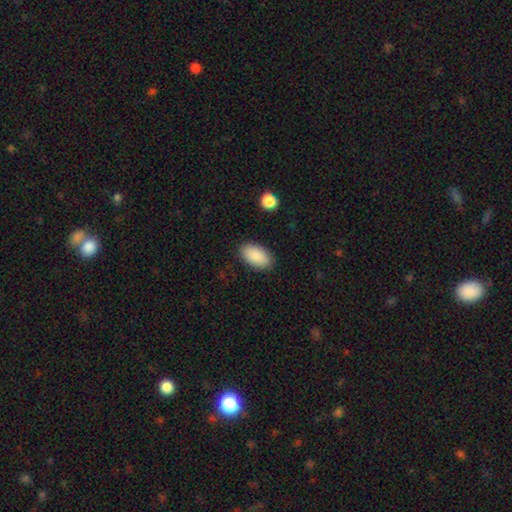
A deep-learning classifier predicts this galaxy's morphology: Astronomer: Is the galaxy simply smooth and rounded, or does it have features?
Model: smooth — 90%.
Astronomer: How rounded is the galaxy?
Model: in between — 95%.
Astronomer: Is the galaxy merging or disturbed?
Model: none — 87%.